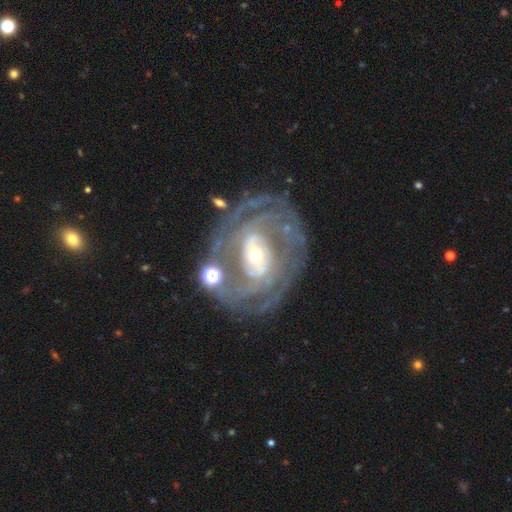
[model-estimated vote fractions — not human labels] Smooth or featured?
  - featured or disk: 88% *
  - smooth: 6%
  - star or artifact: 5%
Edge-on disk?
  - no: 96% *
  - yes: 4%
Bar?
  - strong: 39% *
  - weak: 38%
  - no: 23%
Spiral arms?
  - yes: 93% *
  - no: 7%
Spiral winding?
  - tight: 59% *
  - medium: 32%
  - loose: 10%
Spiral arm count?
  - 2: 35% *
  - can't tell: 26%
  - 3: 17%
  - 4: 9%
  - more than 4: 7%
  - 1: 6%
Bulge size?
  - moderate: 53% *
  - small: 38%
  - large: 7%
  - dominant: 1%
  - none: 1%
Merging?
  - none: 68% *
  - minor disturbance: 16%
  - major disturbance: 11%
  - merger: 5%